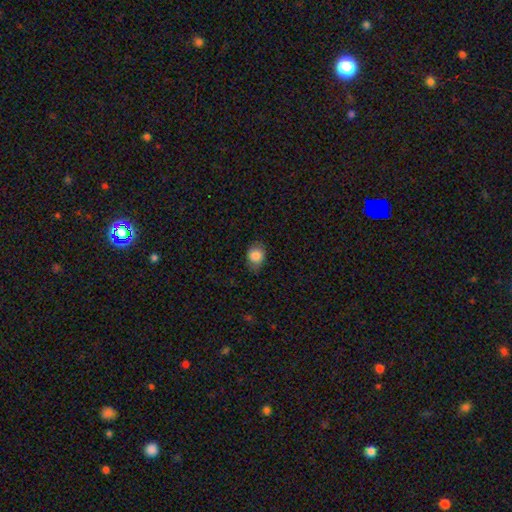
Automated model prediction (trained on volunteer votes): This appears to be a smooth galaxy with no disk features (86%) that is round (58%). Merging: none (73%).